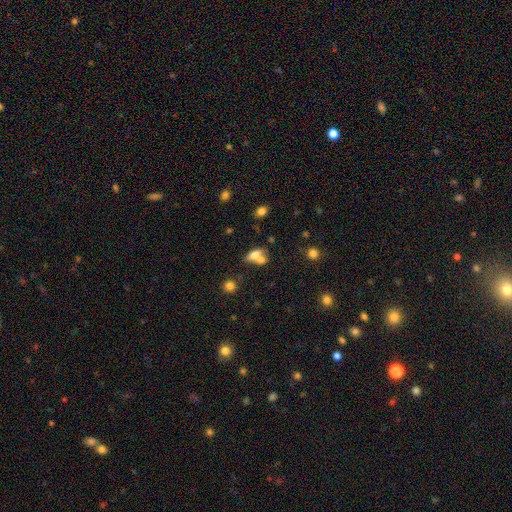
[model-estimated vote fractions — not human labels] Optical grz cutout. It shows a smooth galaxy with no disk features (65%) that is in between round and cigar-shaped (75%). Merging: merger (53%).